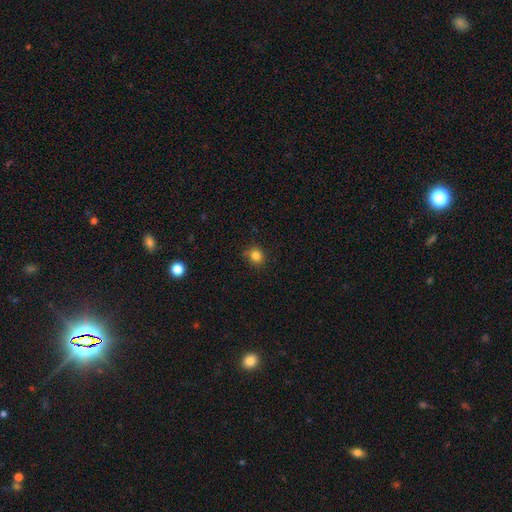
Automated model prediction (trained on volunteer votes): Smooth or featured: smooth — 82% (star or artifact — 13%)
How rounded: round — 85% (in between — 14%)
Merging: none — 82% (minor disturbance — 13%)